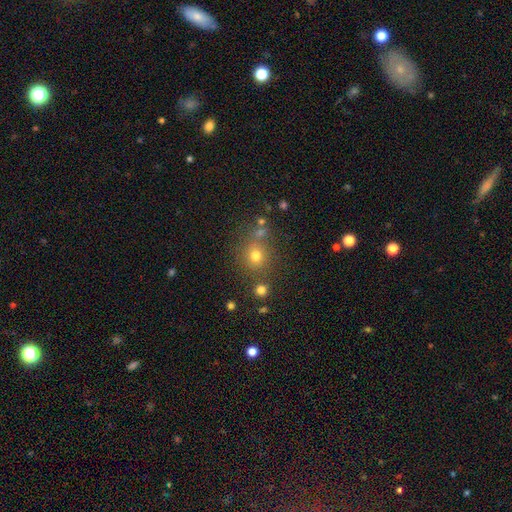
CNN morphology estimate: A smooth galaxy with no disk features (65%) that is round (87%). Merging: none (74%).